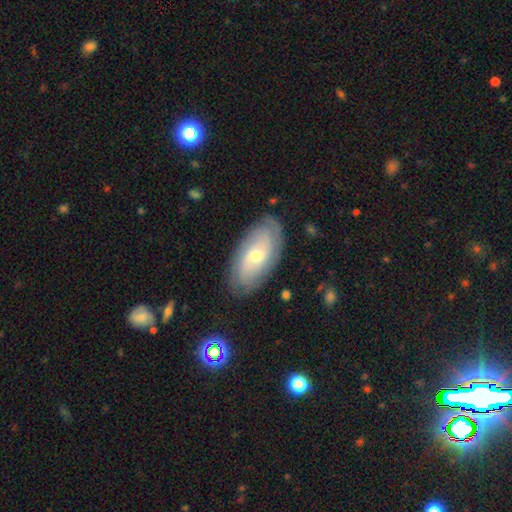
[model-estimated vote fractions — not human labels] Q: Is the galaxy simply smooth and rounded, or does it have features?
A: featured or disk — 64%.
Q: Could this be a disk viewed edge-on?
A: no — 91%.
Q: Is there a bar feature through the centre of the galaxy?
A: no — 53%.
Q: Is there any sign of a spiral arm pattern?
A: yes — 82%.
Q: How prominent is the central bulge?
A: moderate — 50%.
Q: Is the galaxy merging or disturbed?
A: none — 82%.